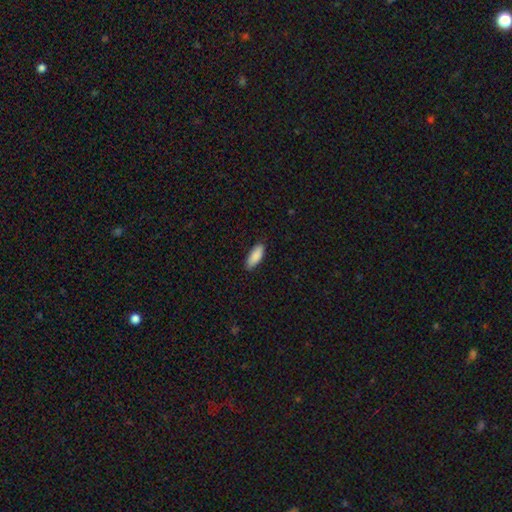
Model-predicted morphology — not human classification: Q: Smooth or featured?
A: smooth (89%); runner-up: featured or disk (6%)
Q: How rounded?
A: in between (75%); runner-up: cigar-shaped (23%)
Q: Merging?
A: none (86%); runner-up: minor disturbance (11%)